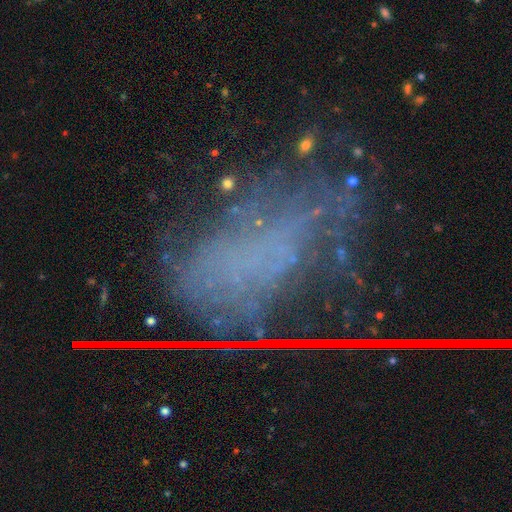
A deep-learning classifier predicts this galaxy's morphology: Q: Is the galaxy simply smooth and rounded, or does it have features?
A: featured or disk — 37%, tied with star or artifact.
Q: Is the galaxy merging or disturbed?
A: none — 51%.